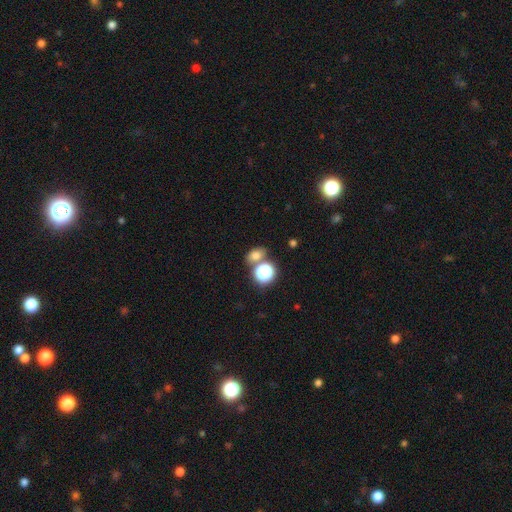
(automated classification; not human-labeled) A smooth galaxy with no disk features (72%) that is in between round and cigar-shaped (59%). Merging: none (65%).